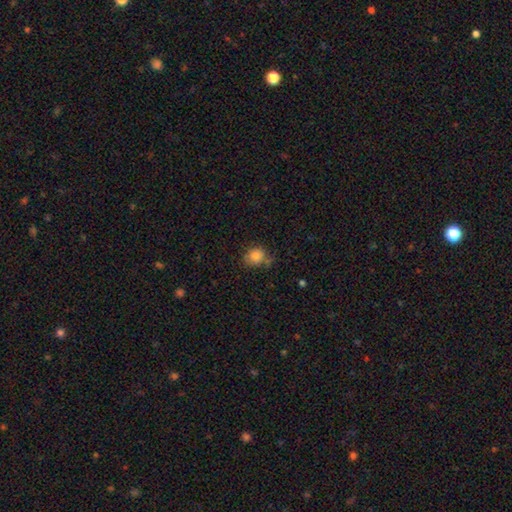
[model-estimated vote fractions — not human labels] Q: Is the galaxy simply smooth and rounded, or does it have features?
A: smooth — 83%.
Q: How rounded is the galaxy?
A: round — 64%.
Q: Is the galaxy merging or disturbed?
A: none — 65%.